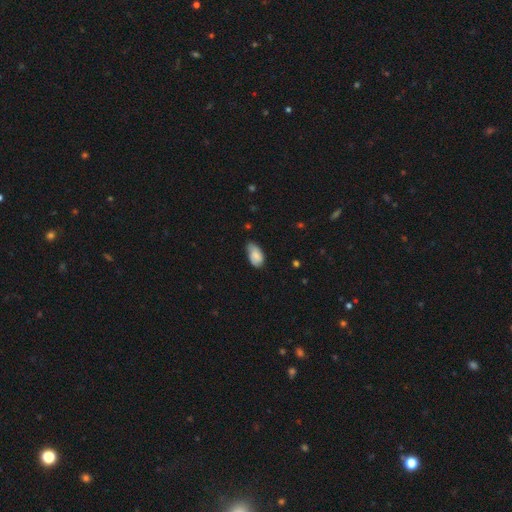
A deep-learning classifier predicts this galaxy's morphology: Smooth or featured? smooth (80%)
How rounded? in between (93%)
Merging? none (47%)